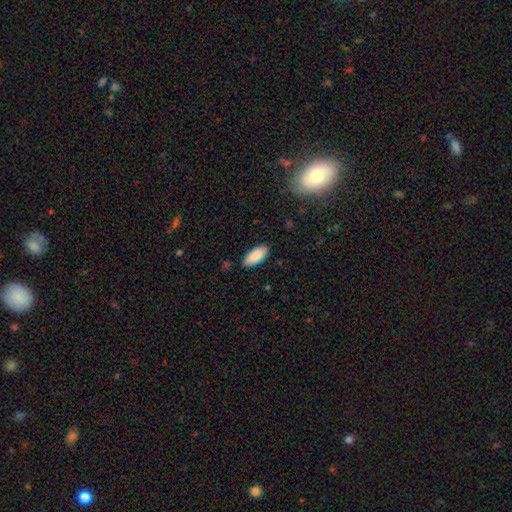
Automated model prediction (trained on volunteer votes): Smooth or featured? smooth (89%)
How rounded? in between (90%)
Merging? none (85%)